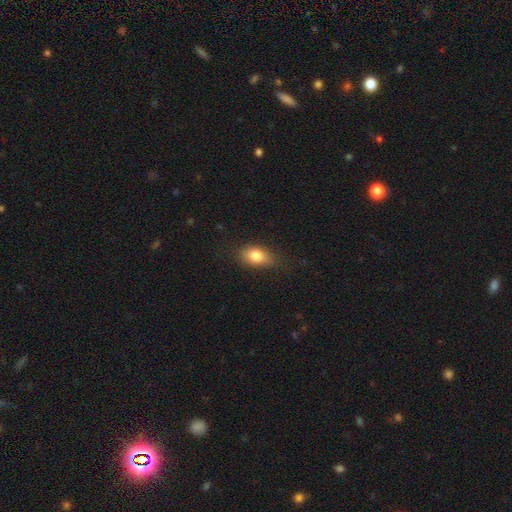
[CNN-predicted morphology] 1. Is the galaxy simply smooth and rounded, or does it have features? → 82% smooth, 10% featured or disk, 8% star or artifact.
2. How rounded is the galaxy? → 82% in between, 15% round, 3% cigar-shaped.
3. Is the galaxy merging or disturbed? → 75% none, 19% minor disturbance, 5% major disturbance, 1% merger.